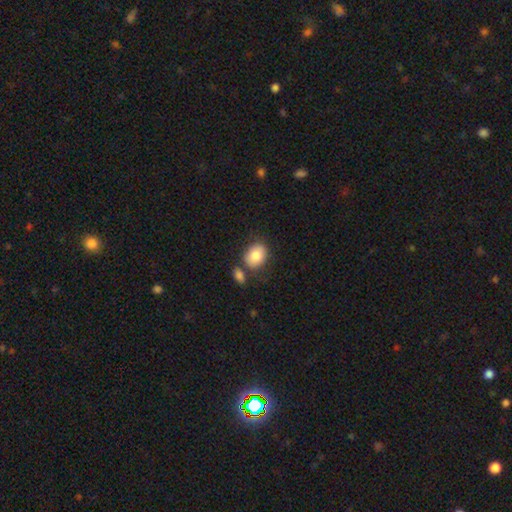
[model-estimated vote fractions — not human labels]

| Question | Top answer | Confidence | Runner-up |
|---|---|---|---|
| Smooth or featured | smooth | 84% | featured or disk (9%) |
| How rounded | in between | 62% | round (37%) |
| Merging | none | 64% | merger (17%) |